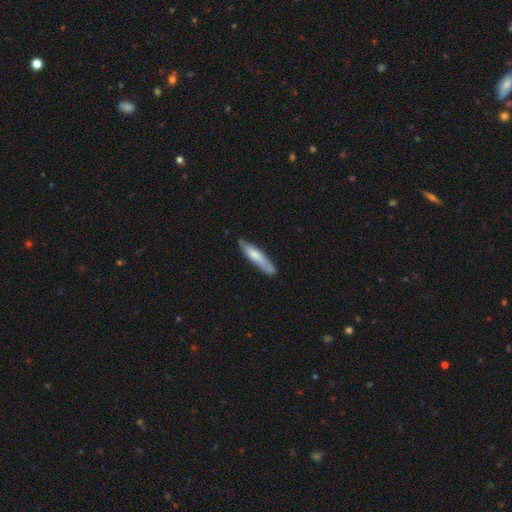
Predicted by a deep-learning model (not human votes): Morphology: type=smooth (65%); roundness=cigar-shaped (86%); merging=none (72%).